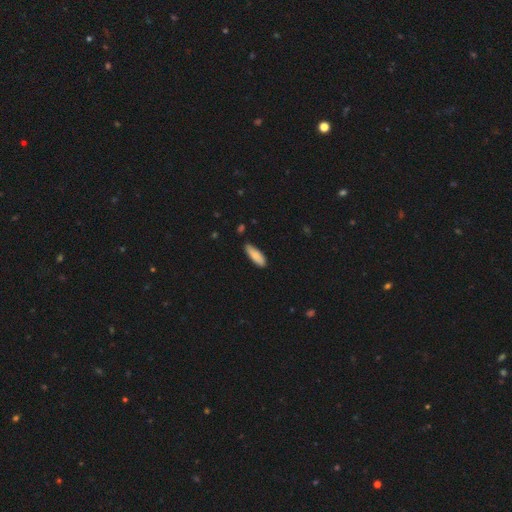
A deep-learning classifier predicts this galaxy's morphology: Smooth or featured? smooth (83%)
How rounded? in between (51%)
Merging? none (82%)